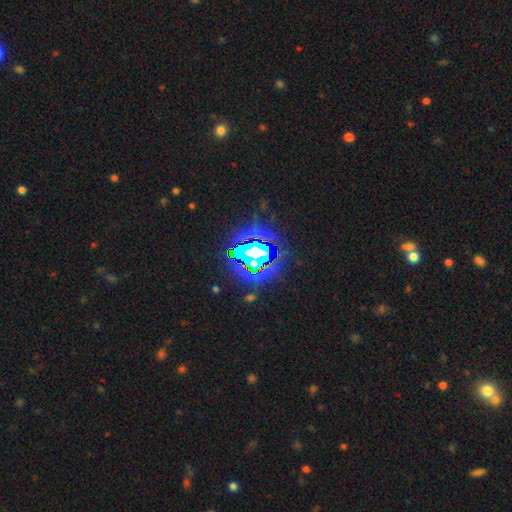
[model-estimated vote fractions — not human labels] A star or artifact, not a galaxy (80%).